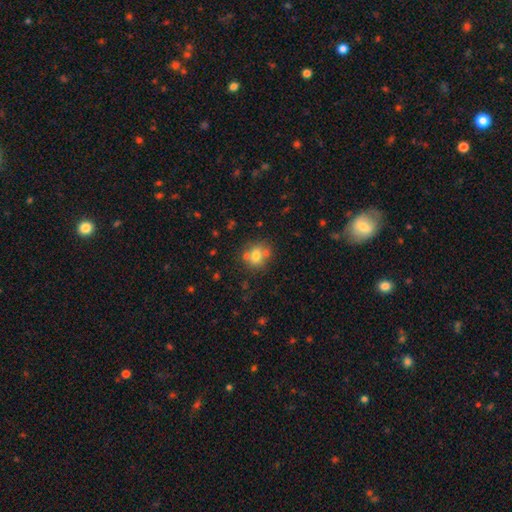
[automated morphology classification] This is likely a smooth galaxy (70%). How rounded: likely round (70%). Merging: possibly none (59%).